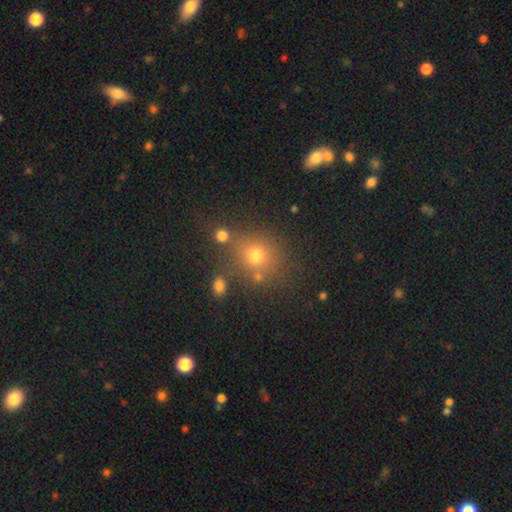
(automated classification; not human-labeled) smooth-or-featured: smooth: 70% | star or artifact: 20% | featured or disk: 10%
  how-rounded: round: 81% | in between: 18% | cigar-shaped: 1%
  merging: none: 74% | minor disturbance: 11% | merger: 11% | major disturbance: 5%